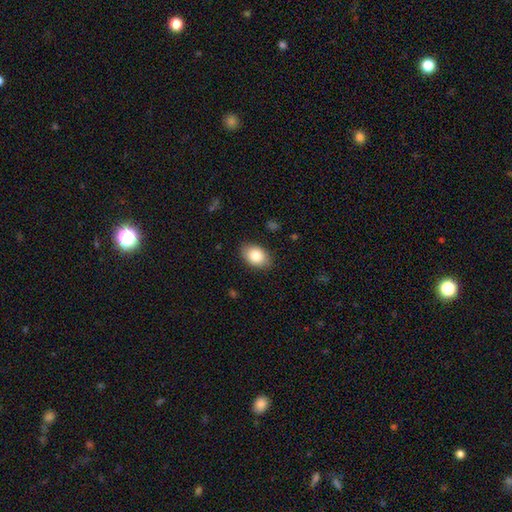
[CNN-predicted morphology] Smooth or featured: smooth — 85% (featured or disk — 8%)
How rounded: in between — 83% (round — 16%)
Merging: none — 86% (minor disturbance — 10%)